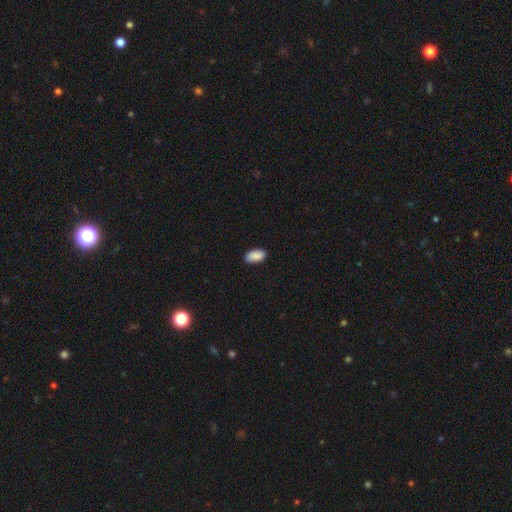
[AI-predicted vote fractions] This appears to be a smooth galaxy with no disk features (90%) that is in between round and cigar-shaped (94%). Merging: none (86%).